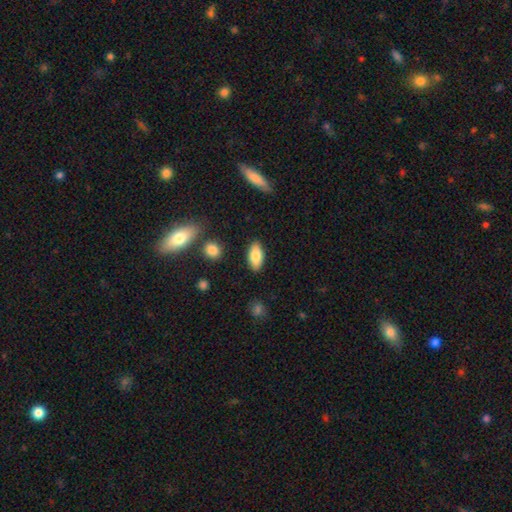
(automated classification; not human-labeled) A smooth galaxy with no disk features (81%) that is in between round and cigar-shaped (88%).

Vote fractions:
- Smooth or featured? smooth: 81% / featured or disk: 12% / star or artifact: 7%
- How rounded? in between: 88% / cigar-shaped: 9% / round: 3%
- Merging? none: 87% / minor disturbance: 9% / major disturbance: 2% / merger: 2%